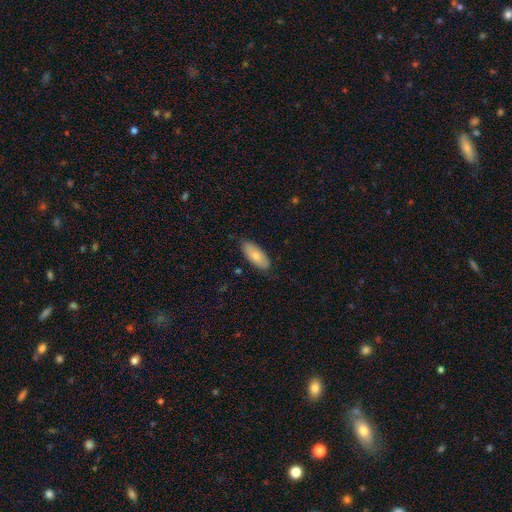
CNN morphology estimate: Smooth or featured? smooth (76%)
How rounded? in between (85%)
Merging? none (82%)